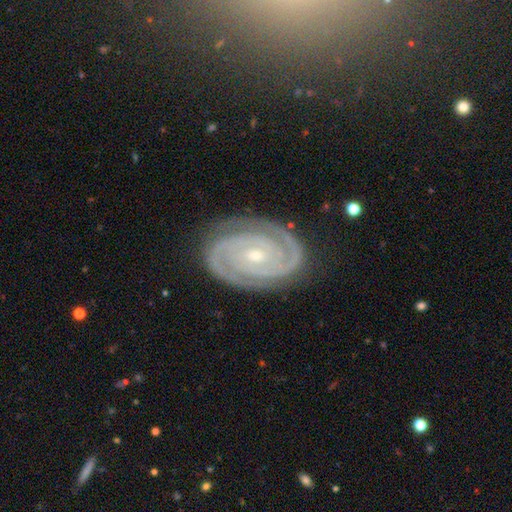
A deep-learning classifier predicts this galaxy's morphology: Smooth or featured? featured or disk (92%)
Edge-on disk? no (97%)
Bar? no (61%)
Spiral arms? yes (99%)
Spiral winding? tight (85%)
Spiral arm count? 2 (84%)
Bulge size? small (69%)
Merging? none (83%)